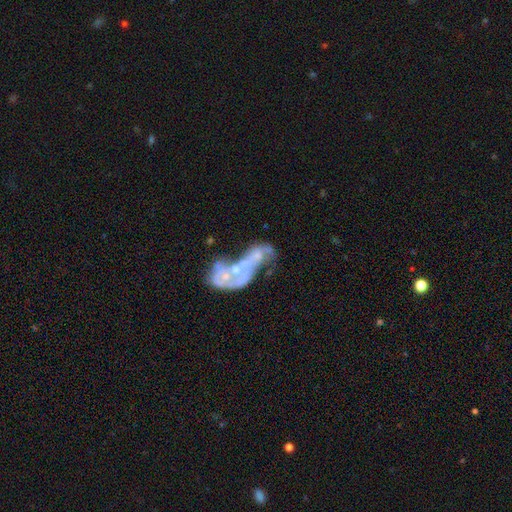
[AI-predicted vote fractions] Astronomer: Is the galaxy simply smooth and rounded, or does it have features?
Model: featured or disk — 63%.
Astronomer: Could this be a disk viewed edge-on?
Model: no — 96%.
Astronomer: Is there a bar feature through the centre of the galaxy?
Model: no — 88%.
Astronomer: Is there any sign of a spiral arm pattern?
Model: no — 83%.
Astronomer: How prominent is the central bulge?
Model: none — 48% (runner-up: small, 25%).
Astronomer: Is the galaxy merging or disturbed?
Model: merger — 57%.